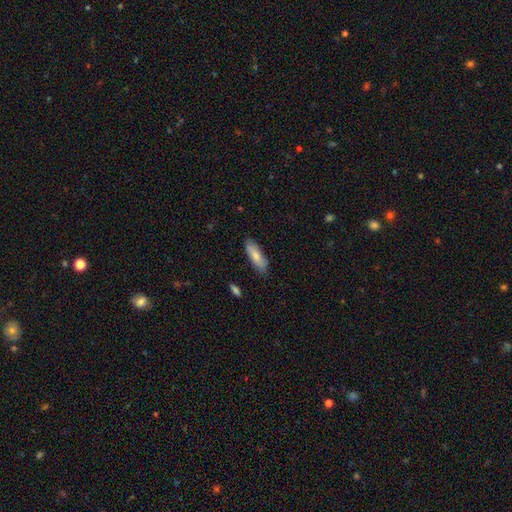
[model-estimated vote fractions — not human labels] Smooth or featured?
  - smooth: 78% *
  - featured or disk: 16%
  - star or artifact: 6%
How rounded?
  - in between: 54% *
  - cigar-shaped: 44%
  - round: 2%
Merging?
  - none: 83% *
  - minor disturbance: 13%
  - major disturbance: 2%
  - merger: 2%